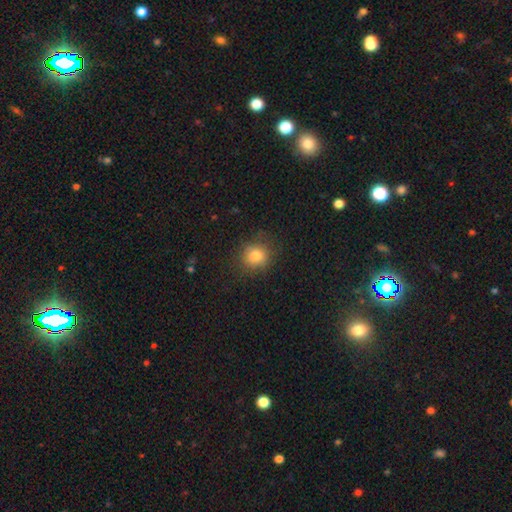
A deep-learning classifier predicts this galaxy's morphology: A smooth galaxy with no disk features (80%) that is round (77%).

Vote fractions:
- Smooth or featured? smooth: 80% / star or artifact: 12% / featured or disk: 8%
- How rounded? round: 77% / in between: 22% / cigar-shaped: 1%
- Merging? none: 81% / minor disturbance: 13% / major disturbance: 5% / merger: 1%